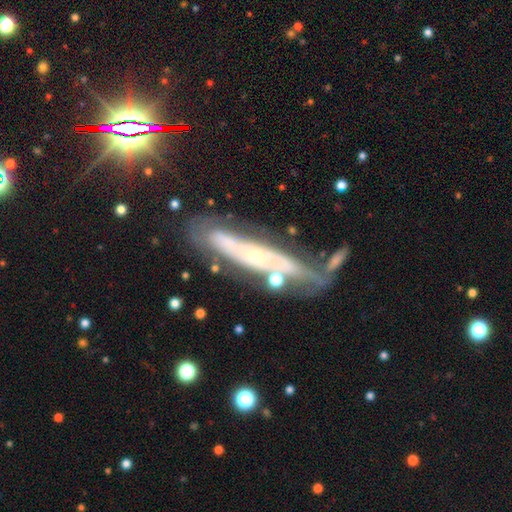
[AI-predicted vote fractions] Overall: featured or disk (73%). Edge-on disk: no (58%; yes 42%). Merging: none (53%; minor disturbance 23%).